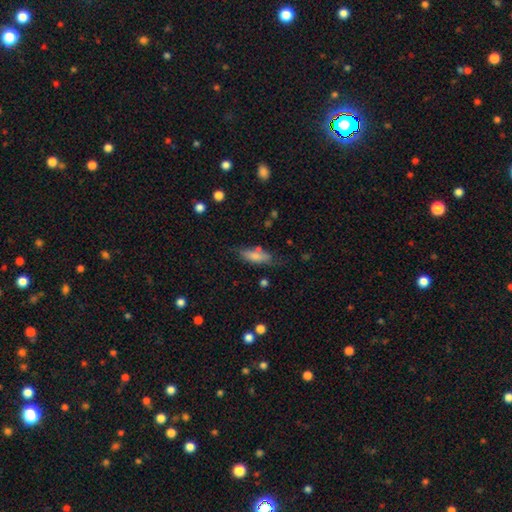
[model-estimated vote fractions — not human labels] A smooth galaxy with no disk features (72%) that is in between round and cigar-shaped (60%). Merging: none (63%).